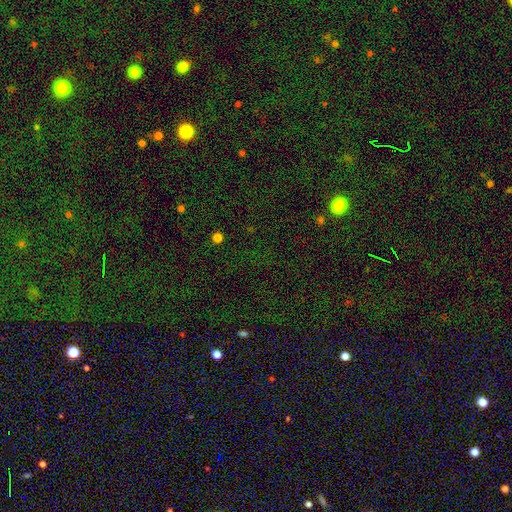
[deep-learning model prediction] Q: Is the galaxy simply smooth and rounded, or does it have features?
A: star or artifact — 78%.